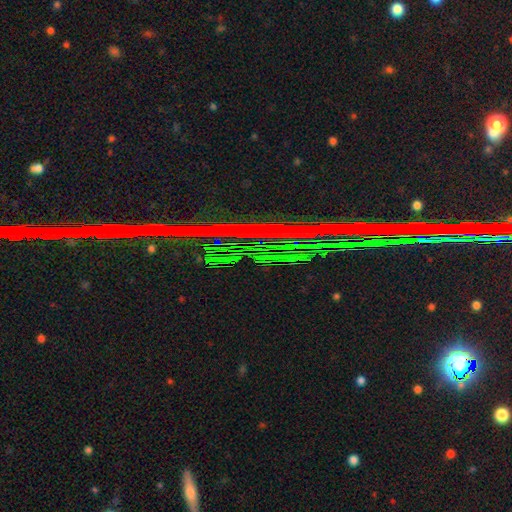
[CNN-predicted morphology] star or artifact 81%, featured or disk 12%, smooth 7%.